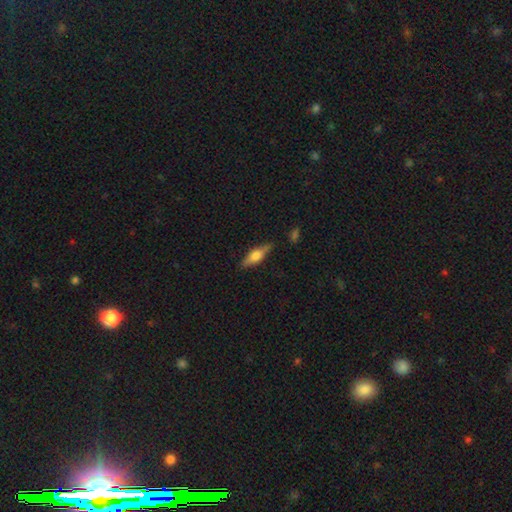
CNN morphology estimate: type=smooth (49%); merging=none (83%).